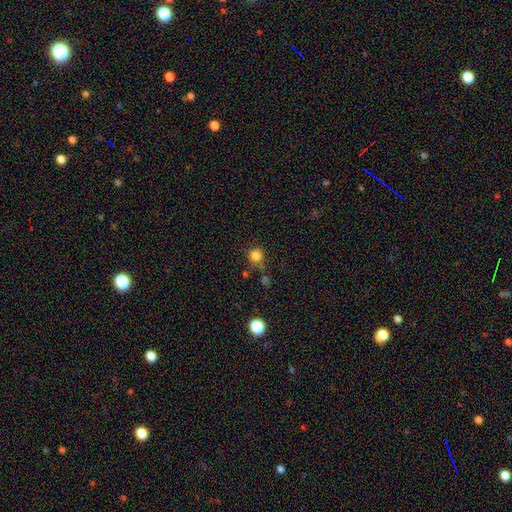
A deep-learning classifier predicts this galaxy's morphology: smooth-or-featured: smooth: 82% | star or artifact: 14% | featured or disk: 5%
  how-rounded: round: 93% | in between: 6% | cigar-shaped: 1%
  merging: none: 74% | minor disturbance: 12% | merger: 9% | major disturbance: 4%